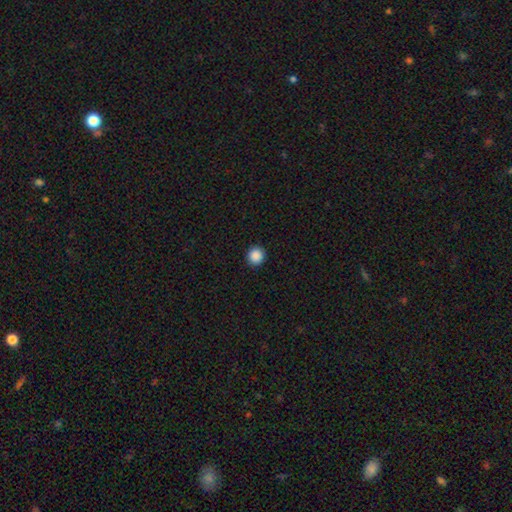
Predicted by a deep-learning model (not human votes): This appears to be a smooth galaxy with no disk features (89%) that is round (95%). Merging: none (93%).